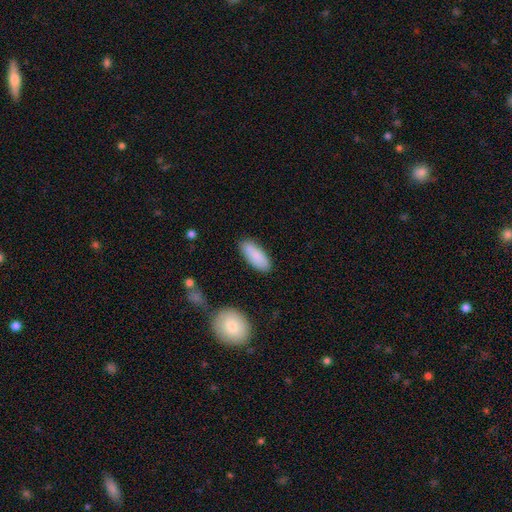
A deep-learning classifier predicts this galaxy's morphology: Overall: smooth (87%). How rounded: in between (73%). Merging: none (85%).